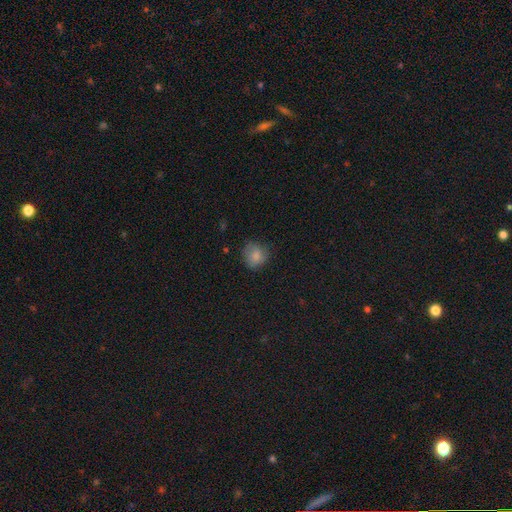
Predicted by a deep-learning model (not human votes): Q: Smooth or featured?
A: smooth (82%); runner-up: star or artifact (9%)
Q: How rounded?
A: round (78%); runner-up: in between (21%)
Q: Merging?
A: none (69%); runner-up: minor disturbance (23%)